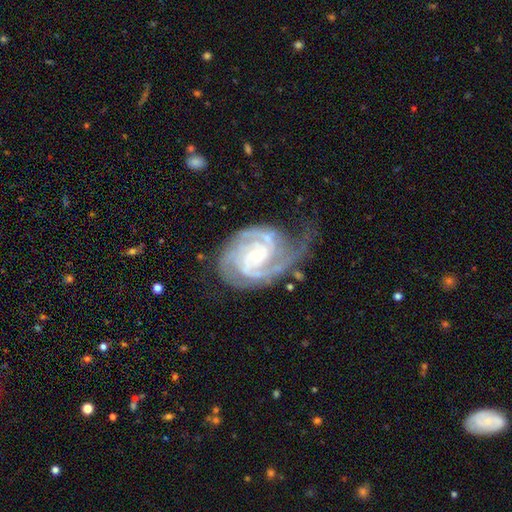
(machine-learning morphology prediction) This is clearly a featured or disk galaxy (91%). It is clearly not viewed edge-on (98%). Bar: possibly no (59%). Spiral arm pattern: clearly yes (98%). Spiral arm count: marginally 2 (41%). Spiral winding: likely tight (64%). Central bulge: likely small (72%). Merging: possibly none (51%).